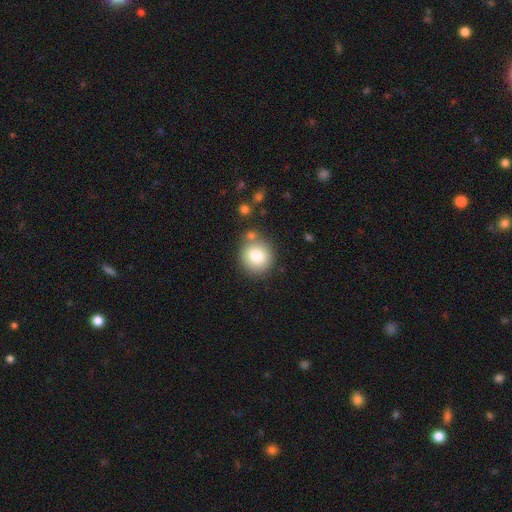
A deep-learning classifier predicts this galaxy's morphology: Smooth or featured: smooth — 80% (featured or disk — 10%)
How rounded: round — 88% (in between — 11%)
Merging: none — 75% (merger — 11%)